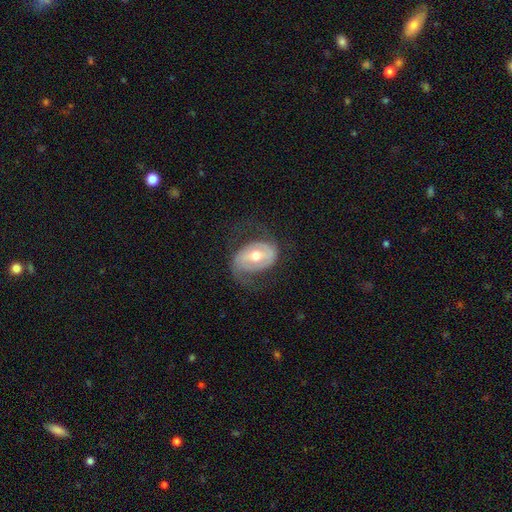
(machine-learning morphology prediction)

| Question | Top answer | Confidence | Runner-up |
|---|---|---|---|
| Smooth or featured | featured or disk | 75% | smooth (19%) |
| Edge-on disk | no | 96% | yes (4%) |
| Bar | weak | 38% | no (37%) |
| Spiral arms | yes | 84% | no (16%) |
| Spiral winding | medium | 41% | loose (39%) |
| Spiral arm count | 2 | 79% | 1 (10%) |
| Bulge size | moderate | 73% | small (18%) |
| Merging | none | 59% | major disturbance (21%) |